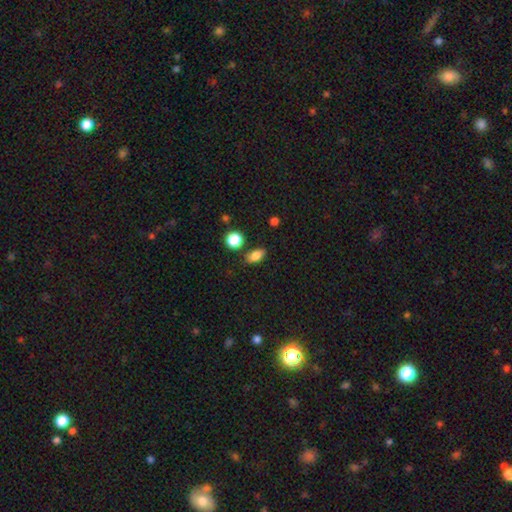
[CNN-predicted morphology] The model was most divided on "merging": none: 80%, minor disturbance: 12%, merger: 5%, major disturbance: 3%. More confident: how rounded — in between (82%); smooth or featured — smooth (81%).